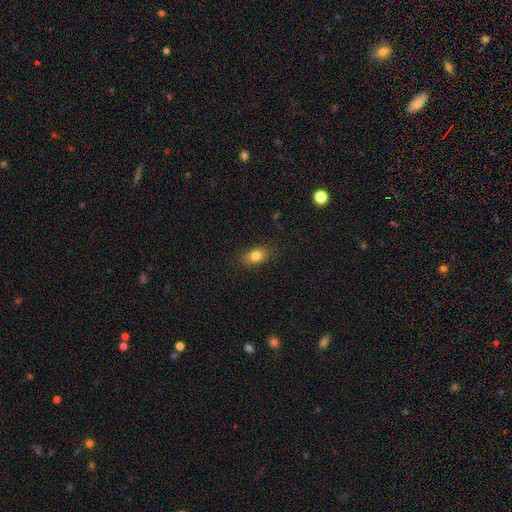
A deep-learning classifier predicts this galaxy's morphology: The model was most divided on "how rounded": in between: 80%, round: 17%, cigar-shaped: 3%. More confident: merging — none (85%); smooth or featured — smooth (80%).